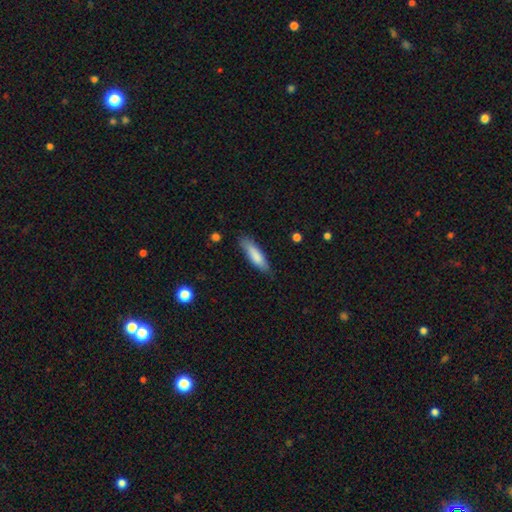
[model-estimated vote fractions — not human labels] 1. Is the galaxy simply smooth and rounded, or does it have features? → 82% smooth, 13% featured or disk, 6% star or artifact.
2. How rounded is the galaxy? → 66% cigar-shaped, 33% in between, 1% round.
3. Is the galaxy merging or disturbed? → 80% none, 16% minor disturbance, 3% major disturbance, 1% merger.